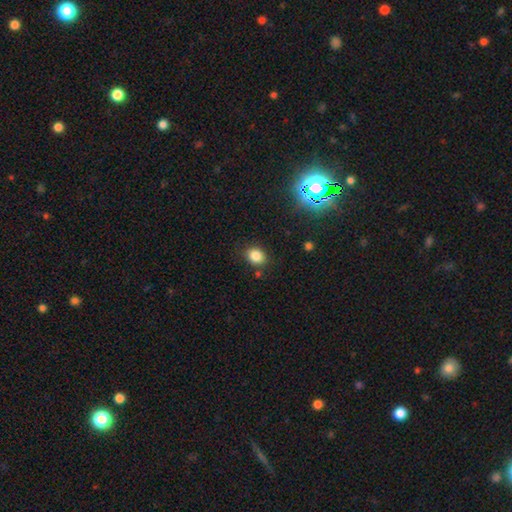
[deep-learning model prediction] Smooth or featured?
  - smooth: 83% *
  - star or artifact: 12%
  - featured or disk: 5%
How rounded?
  - in between: 50% *
  - round: 49%
  - cigar-shaped: 1%
Merging?
  - none: 81% *
  - minor disturbance: 12%
  - major disturbance: 3%
  - merger: 3%